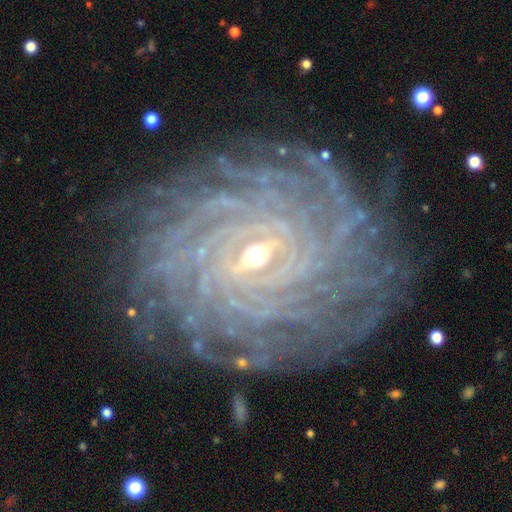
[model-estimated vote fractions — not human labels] Q: Smooth or featured?
A: featured or disk (87%); runner-up: star or artifact (7%)
Q: Edge-on disk?
A: no (97%); runner-up: yes (3%)
Q: Bar?
A: weak (49%); runner-up: no (28%)
Q: Spiral arms?
A: yes (98%); runner-up: no (2%)
Q: Spiral winding?
A: tight (87%); runner-up: medium (10%)
Q: Spiral arm count?
A: more than 4 (43%); runner-up: can't tell (21%)
Q: Bulge size?
A: small (72%); runner-up: moderate (25%)
Q: Merging?
A: none (86%); runner-up: minor disturbance (10%)